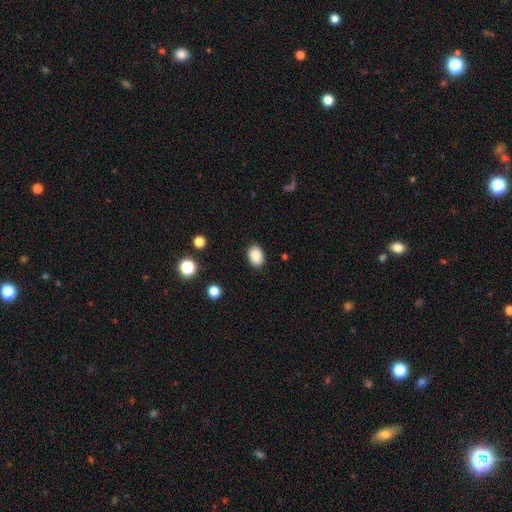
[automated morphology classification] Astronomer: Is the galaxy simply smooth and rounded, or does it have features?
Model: smooth — 88%.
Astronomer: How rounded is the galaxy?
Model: in between — 81%.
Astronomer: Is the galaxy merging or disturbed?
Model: none — 89%.